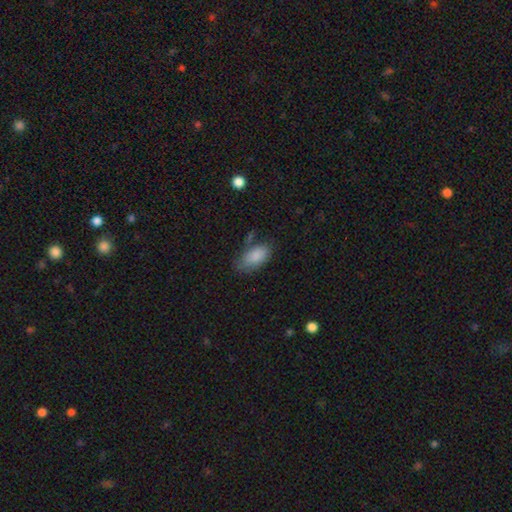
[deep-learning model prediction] This is clearly a smooth galaxy (85%). How rounded: clearly in between (93%). Merging: possibly none (58%).